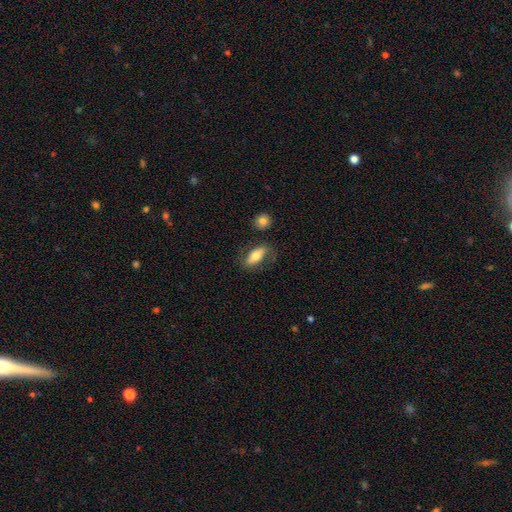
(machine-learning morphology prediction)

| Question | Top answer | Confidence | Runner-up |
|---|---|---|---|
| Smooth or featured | smooth | 63% | featured or disk (30%) |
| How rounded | in between | 79% | cigar-shaped (17%) |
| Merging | none | 65% | minor disturbance (19%) |